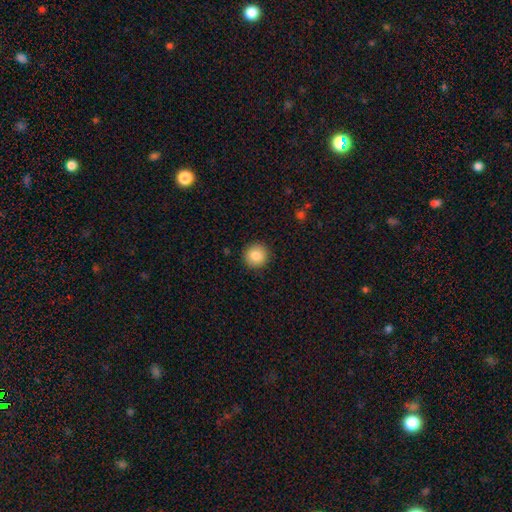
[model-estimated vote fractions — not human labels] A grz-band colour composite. It shows a smooth galaxy with no disk features (85%) that is round (94%). Merging: none (92%).